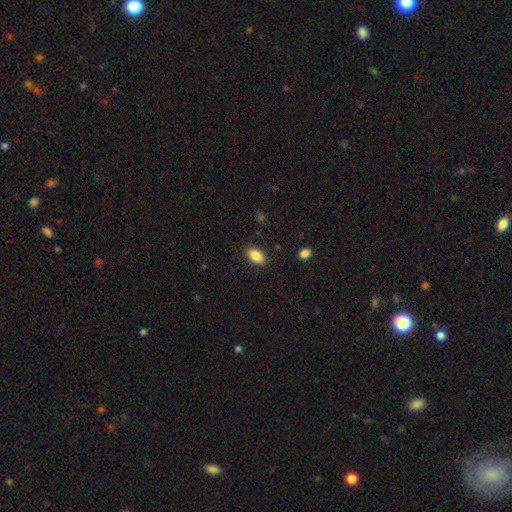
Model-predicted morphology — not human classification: Smooth or featured? smooth (87%)
How rounded? in between (91%)
Merging? none (88%)